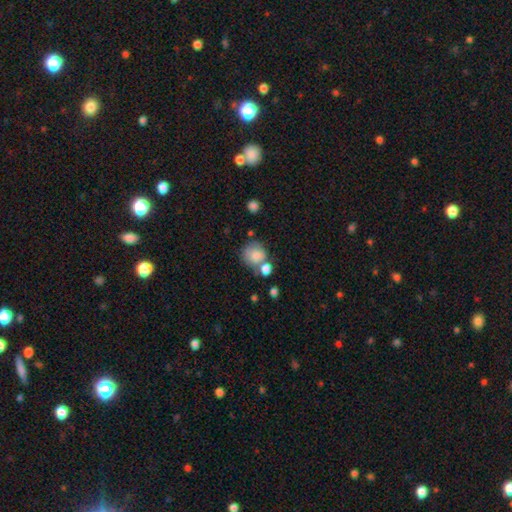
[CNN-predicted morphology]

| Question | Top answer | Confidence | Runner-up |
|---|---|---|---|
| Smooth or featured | smooth | 79% | featured or disk (13%) |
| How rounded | round | 80% | in between (19%) |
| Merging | none | 43% | merger (33%) |